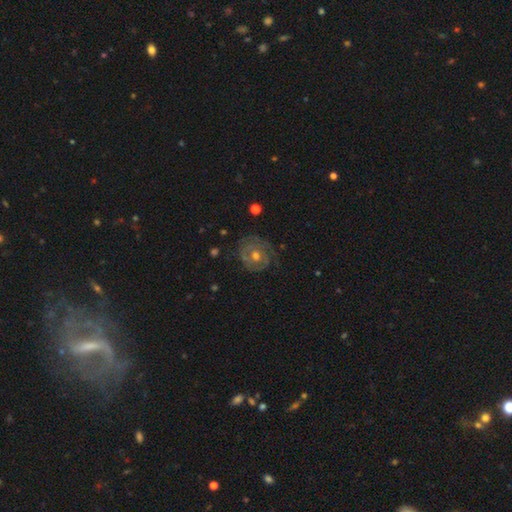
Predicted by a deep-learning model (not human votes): Q: Smooth or featured?
A: featured or disk (73%); runner-up: smooth (18%)
Q: Edge-on disk?
A: no (97%); runner-up: yes (3%)
Q: Bar?
A: no (77%); runner-up: weak (19%)
Q: Spiral arms?
A: yes (76%); runner-up: no (24%)
Q: Spiral winding?
A: tight (69%); runner-up: medium (23%)
Q: Spiral arm count?
A: can't tell (43%); runner-up: 2 (28%)
Q: Bulge size?
A: moderate (72%); runner-up: small (21%)
Q: Merging?
A: none (75%); runner-up: minor disturbance (16%)